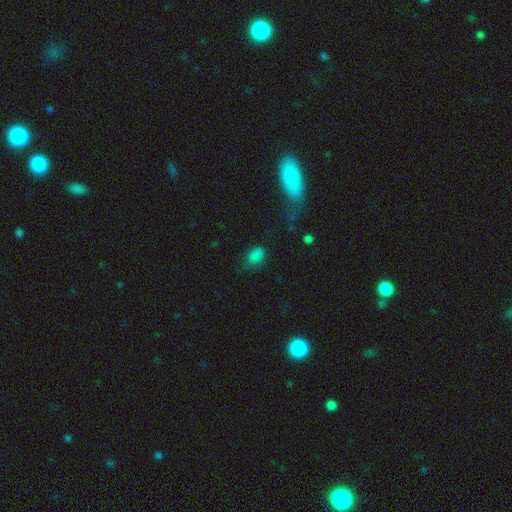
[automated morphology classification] smooth-or-featured: smooth: 78% | star or artifact: 15% | featured or disk: 7%
  how-rounded: in between: 83% | round: 15% | cigar-shaped: 2%
  merging: none: 50% | minor disturbance: 27% | major disturbance: 18% | merger: 5%